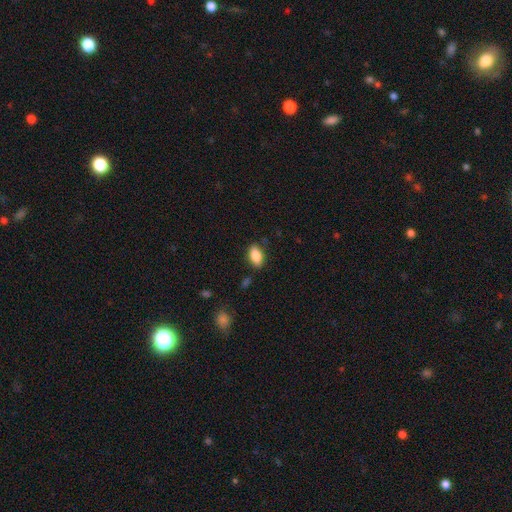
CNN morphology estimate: smooth 86%, star or artifact 8%, featured or disk 6%. Down the decision tree: how rounded — in between (90%); merging — none (83%).